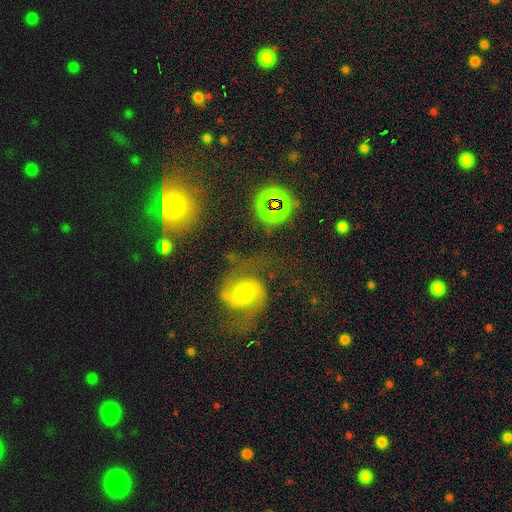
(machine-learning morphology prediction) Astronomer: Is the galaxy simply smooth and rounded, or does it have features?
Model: featured or disk — 74%.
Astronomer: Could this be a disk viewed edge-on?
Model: no — 97%.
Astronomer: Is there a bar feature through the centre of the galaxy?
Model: no — 53% (runner-up: weak, 36%).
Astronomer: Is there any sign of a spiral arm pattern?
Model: yes — 94%.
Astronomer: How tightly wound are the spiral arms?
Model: medium — 53%.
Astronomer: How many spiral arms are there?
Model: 2 — 84%.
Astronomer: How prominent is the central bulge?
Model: moderate — 60%.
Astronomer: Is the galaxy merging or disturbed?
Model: none — 66%.